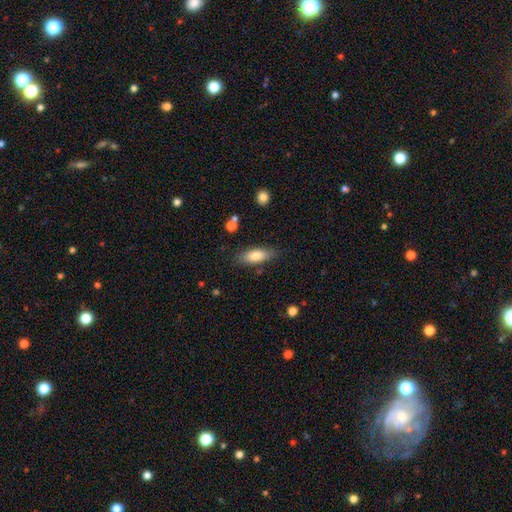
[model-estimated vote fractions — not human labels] smooth 81%, featured or disk 13%, star or artifact 7%. Down the decision tree: how rounded — in between (76%); merging — none (79%).